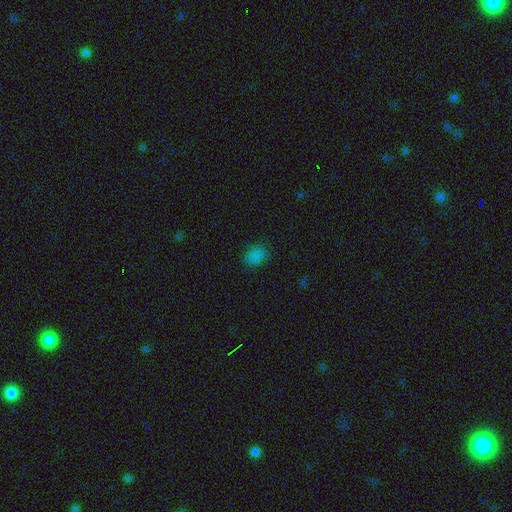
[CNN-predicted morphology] type=smooth (81%); roundness=in between (64%); merging=none (83%).